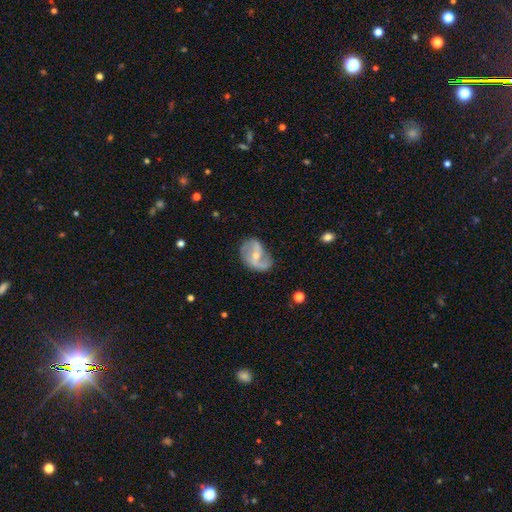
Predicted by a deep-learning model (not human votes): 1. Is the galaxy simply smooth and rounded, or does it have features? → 81% featured or disk, 13% smooth, 6% star or artifact.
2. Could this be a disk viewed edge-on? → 97% no, 3% yes.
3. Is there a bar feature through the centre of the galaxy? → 44% weak, 36% no, 20% strong.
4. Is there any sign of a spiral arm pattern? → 92% yes, 8% no.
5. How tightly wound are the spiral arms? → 53% loose, 36% medium, 11% tight.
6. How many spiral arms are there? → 84% 2, 8% 1, 5% can't tell, 1% 3, 1% 4, 1% more than 4.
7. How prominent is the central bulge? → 51% small, 44% moderate, 2% none, 1% large, 1% dominant.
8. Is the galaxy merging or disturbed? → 61% none, 25% minor disturbance, 12% major disturbance, 2% merger.